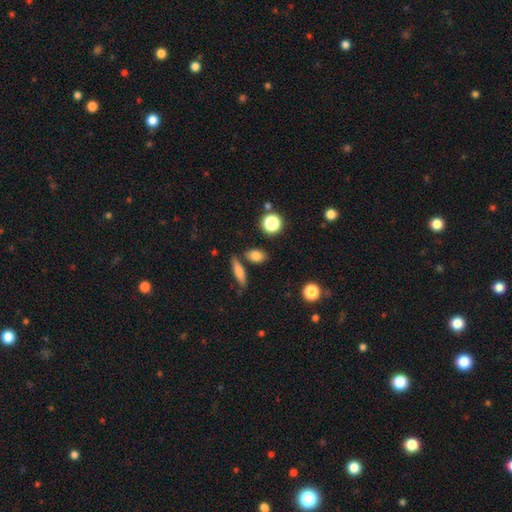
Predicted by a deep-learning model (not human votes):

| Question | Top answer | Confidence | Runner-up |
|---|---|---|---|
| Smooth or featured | smooth | 80% | star or artifact (10%) |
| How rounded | in between | 64% | round (24%) |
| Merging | none | 78% | minor disturbance (10%) |